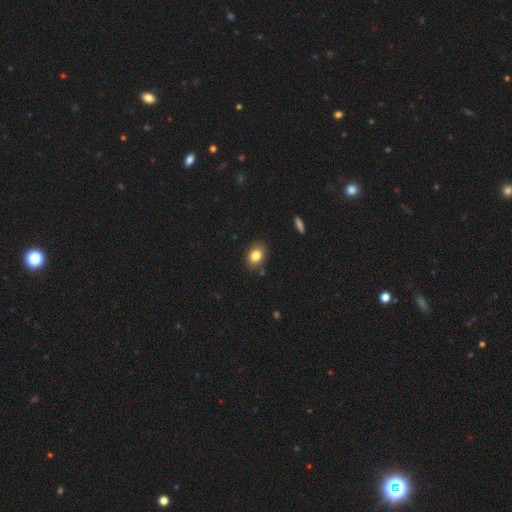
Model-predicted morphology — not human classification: Smooth or featured?
  - smooth: 83% *
  - star or artifact: 9%
  - featured or disk: 8%
How rounded?
  - in between: 68% *
  - round: 31%
  - cigar-shaped: 1%
Merging?
  - none: 83% *
  - minor disturbance: 12%
  - major disturbance: 3%
  - merger: 2%